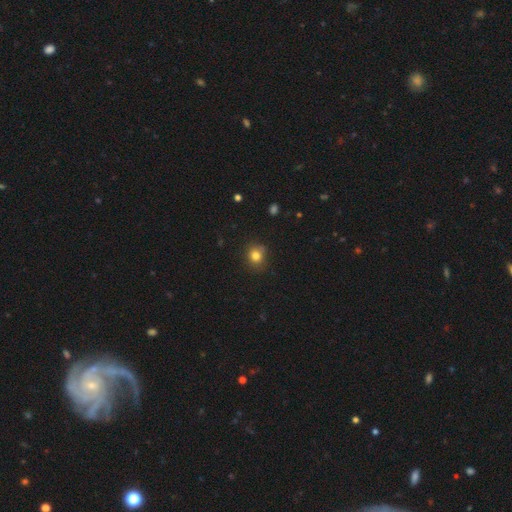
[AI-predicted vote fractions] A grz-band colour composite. It shows a smooth galaxy with no disk features (80%) that is round (82%). Merging: none (79%).